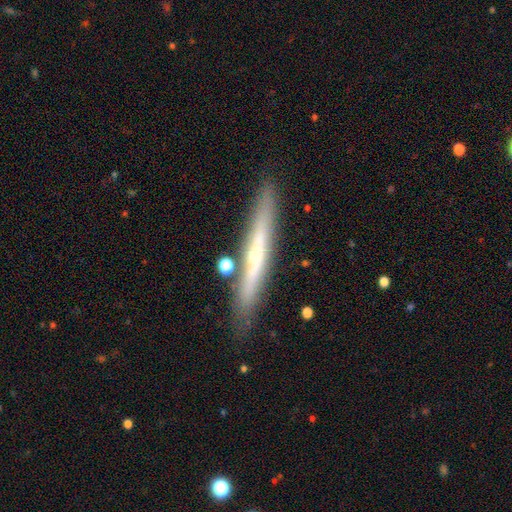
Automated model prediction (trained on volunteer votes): A featured or disk galaxy (62%) viewed edge-on (93%) with a rounded central bulge (61%). Merging: none (84%).